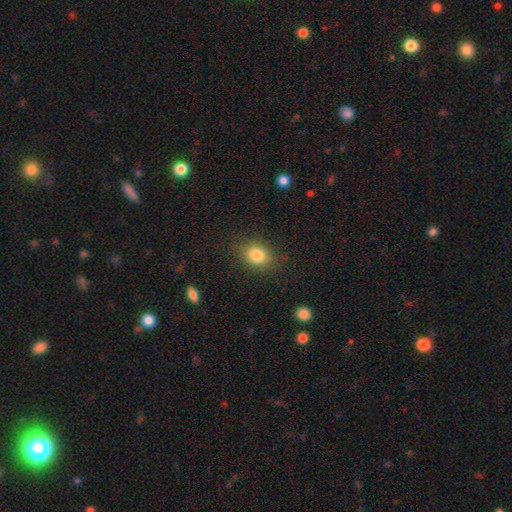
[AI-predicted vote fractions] This appears to be a smooth galaxy with no disk features (82%) that is in between round and cigar-shaped (67%). Merging: none (85%).